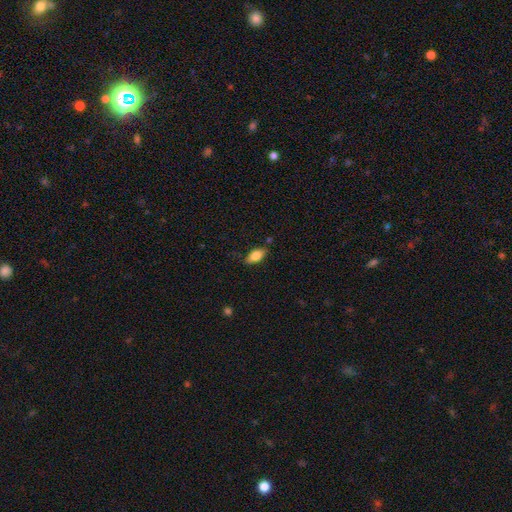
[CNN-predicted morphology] Smooth or featured? Predicted: smooth (p=0.78). How rounded? Predicted: in between (p=0.88). Merging? Predicted: none (p=0.80).